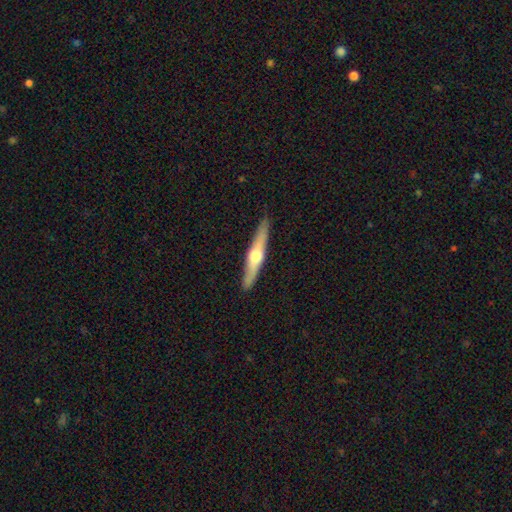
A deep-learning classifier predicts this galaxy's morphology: Q: Smooth or featured?
A: featured or disk (66%); runner-up: smooth (29%)
Q: Edge-on disk?
A: yes (96%); runner-up: no (4%)
Q: Edge-on bulge?
A: rounded (93%); runner-up: none (3%)
Q: Merging?
A: none (90%); runner-up: minor disturbance (7%)